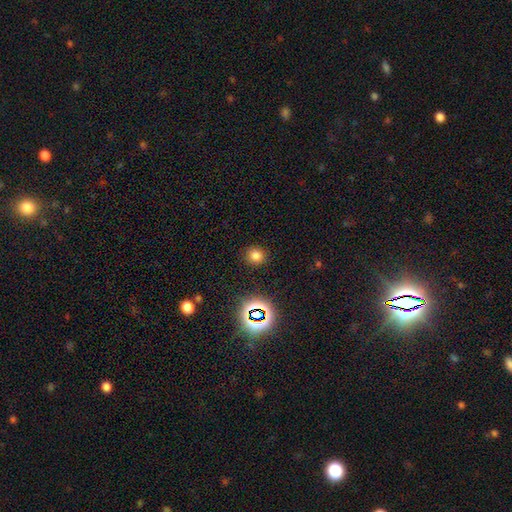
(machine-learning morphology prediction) Overall: smooth (74%). How rounded: round (87%). Merging: none (88%).